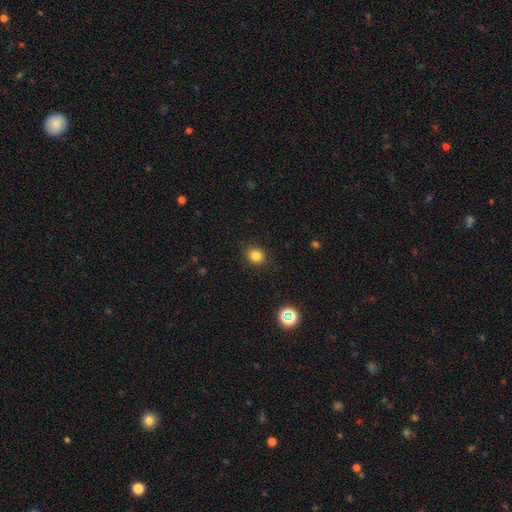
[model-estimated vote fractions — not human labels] Morphology: type=smooth (82%); roundness=round (73%); merging=none (89%).